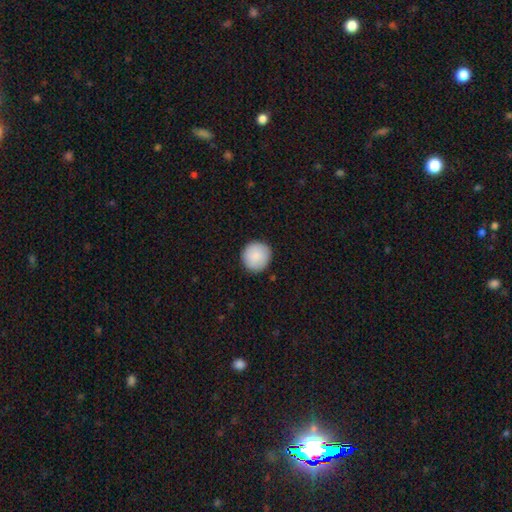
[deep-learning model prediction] Morphology: type=smooth (88%); roundness=round (94%); merging=none (91%).